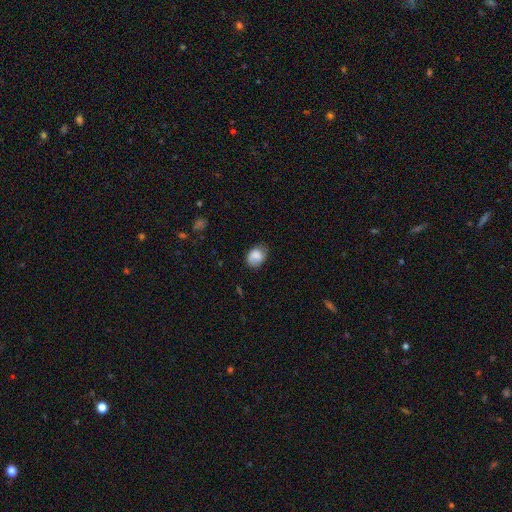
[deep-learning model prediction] This is clearly a smooth galaxy (82%). How rounded: possibly in between (58%). Merging: likely none (64%).